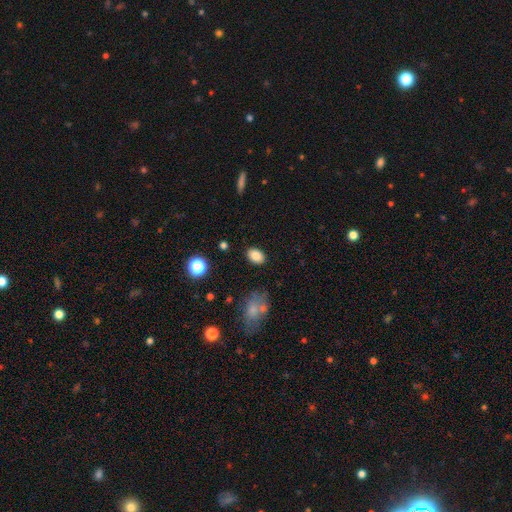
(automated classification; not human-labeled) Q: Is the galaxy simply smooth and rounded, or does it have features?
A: smooth — 85%.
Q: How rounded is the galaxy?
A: in between — 80%.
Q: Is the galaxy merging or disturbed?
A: none — 86%.